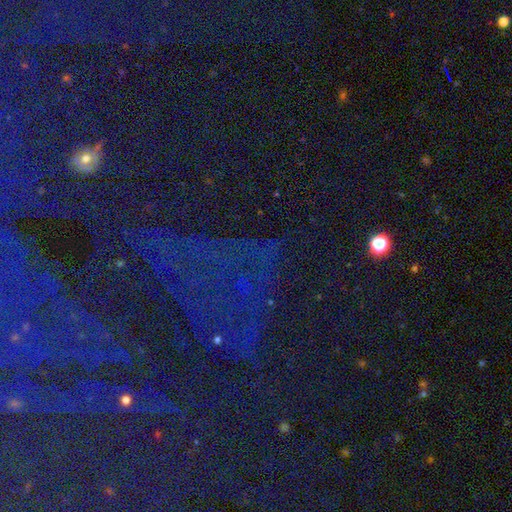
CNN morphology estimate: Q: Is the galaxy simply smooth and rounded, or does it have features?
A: star or artifact — 78%.